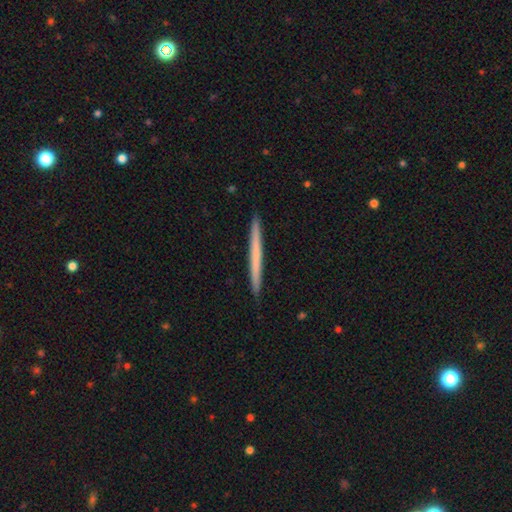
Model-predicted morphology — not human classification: Smooth or featured? Predicted: smooth (p=0.55). How rounded? Predicted: cigar-shaped (p=0.98). Merging? Predicted: none (p=0.93).